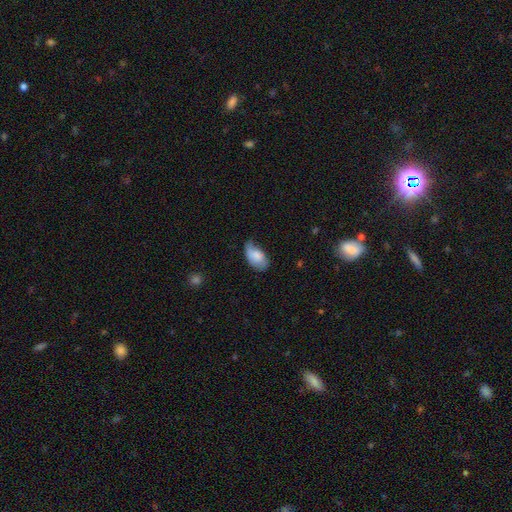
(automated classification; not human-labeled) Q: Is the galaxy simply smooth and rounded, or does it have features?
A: smooth — 74%.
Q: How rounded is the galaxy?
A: in between — 93%.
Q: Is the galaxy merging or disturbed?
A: minor disturbance — 41%.